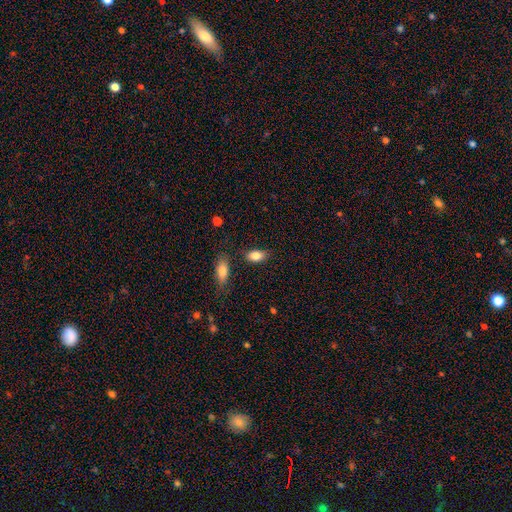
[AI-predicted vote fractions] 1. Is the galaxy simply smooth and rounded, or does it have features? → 83% smooth, 9% featured or disk, 8% star or artifact.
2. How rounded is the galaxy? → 88% in between, 7% round, 5% cigar-shaped.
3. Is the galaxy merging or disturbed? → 79% none, 14% minor disturbance, 4% merger, 3% major disturbance.